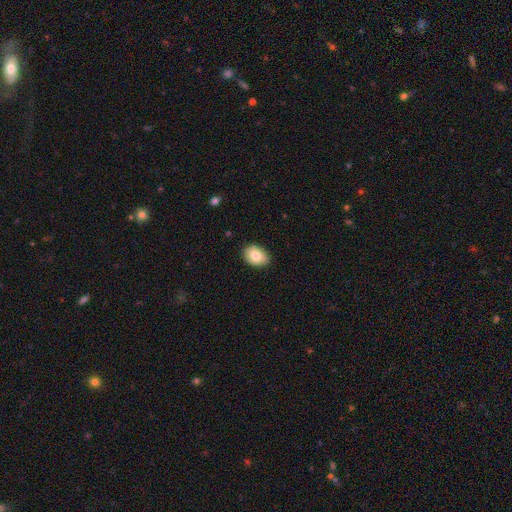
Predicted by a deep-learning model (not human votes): Overall: smooth (83%). How rounded: in between (79%). Merging: none (85%).